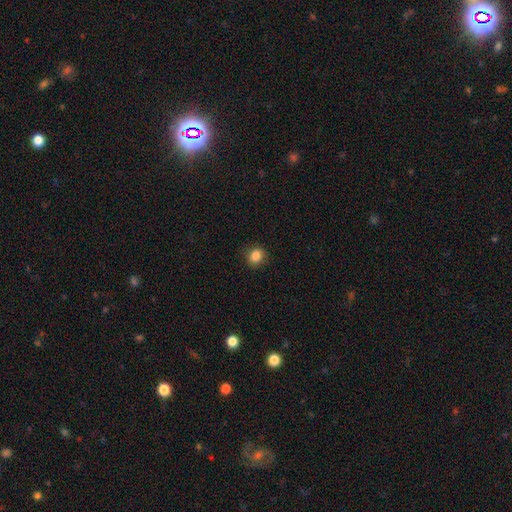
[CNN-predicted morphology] Smooth or featured?
  - smooth: 85% *
  - star or artifact: 11%
  - featured or disk: 4%
How rounded?
  - round: 78% *
  - in between: 21%
  - cigar-shaped: 1%
Merging?
  - none: 88% *
  - minor disturbance: 9%
  - major disturbance: 2%
  - merger: 1%